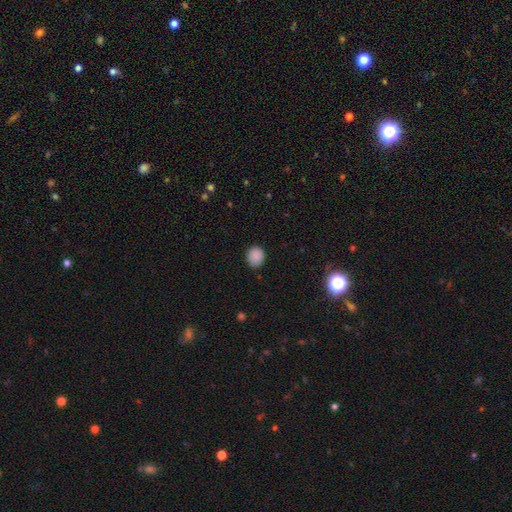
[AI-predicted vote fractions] Overall: smooth (87%). How rounded: round (72%). Merging: none (85%).